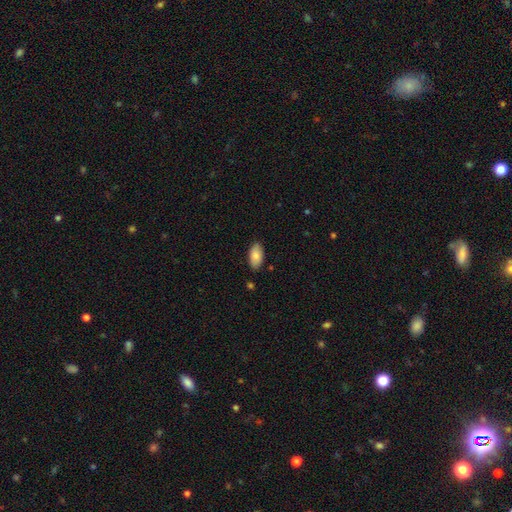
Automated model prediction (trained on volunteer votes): Smooth or featured? smooth (83%)
How rounded? in between (94%)
Merging? none (86%)